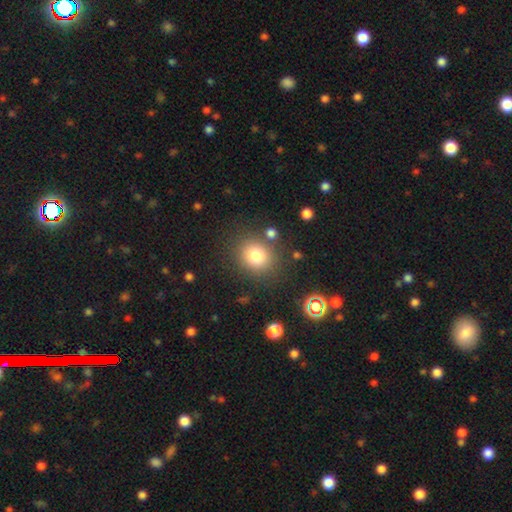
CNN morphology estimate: The model was most divided on "how rounded": round: 78%, in between: 21%, cigar-shaped: 1%. More confident: merging — none (81%); smooth or featured — smooth (79%).